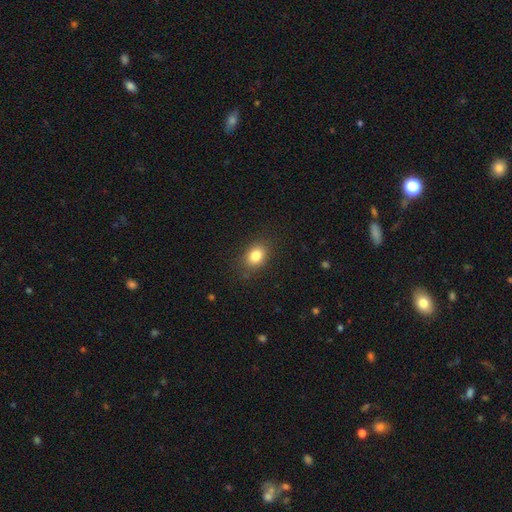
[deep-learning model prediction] Smooth or featured: smooth — 82% (star or artifact — 10%)
How rounded: in between — 65% (round — 34%)
Merging: none — 84% (minor disturbance — 12%)